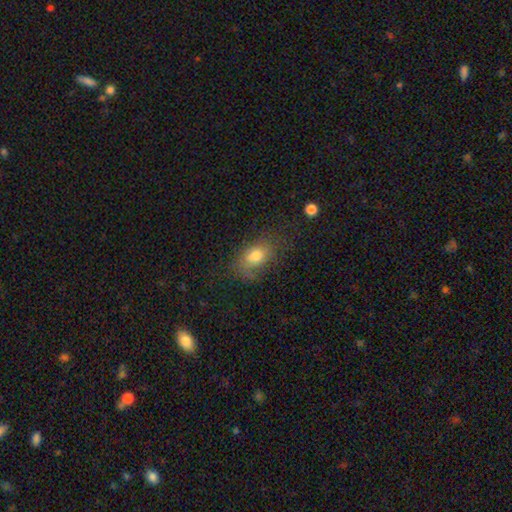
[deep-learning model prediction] A smooth galaxy with no disk features (73%) that is in between round and cigar-shaped (78%). Merging: none (59%).